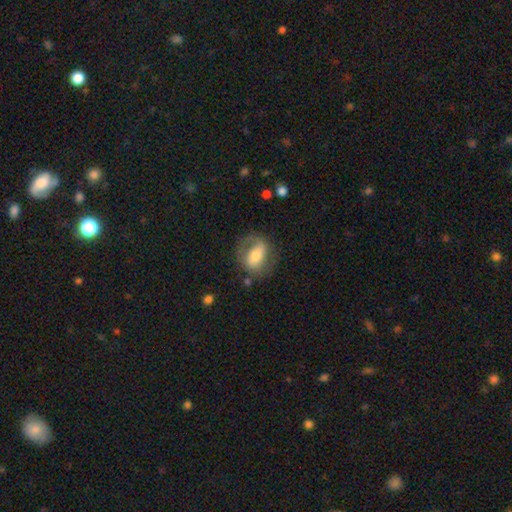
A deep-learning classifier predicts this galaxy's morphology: Smooth or featured? Predicted: featured or disk (p=0.48). Merging? Predicted: none (p=0.59).